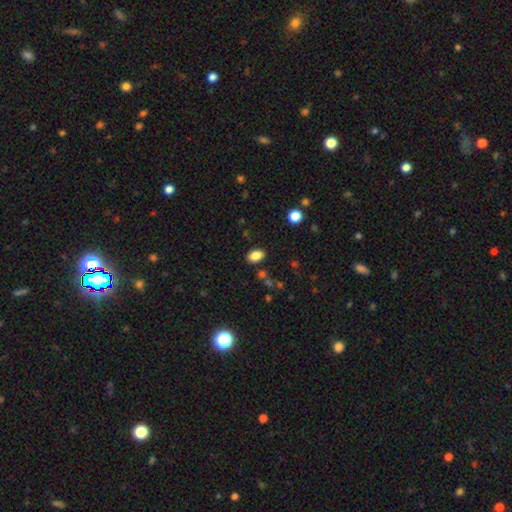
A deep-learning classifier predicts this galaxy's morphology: A smooth galaxy with no disk features (85%) that is in between round and cigar-shaped (86%). Merging: none (85%).